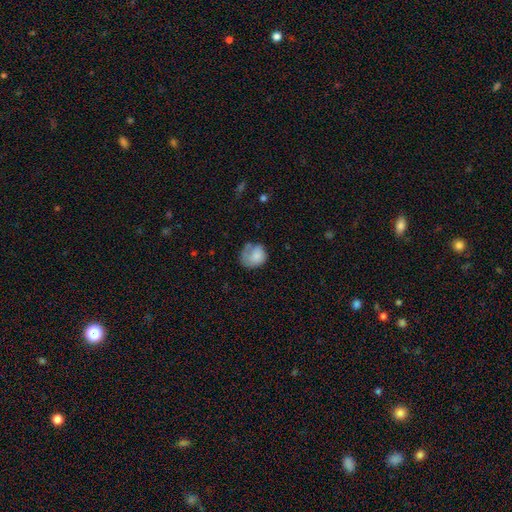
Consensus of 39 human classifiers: smooth_or_featured: smooth (p=0.56) [alt: featured or disk p=0.38]
how_rounded: round (p=0.73) [alt: in between p=0.27]
merging: major disturbance (p=0.38) [alt: minor disturbance p=0.35]